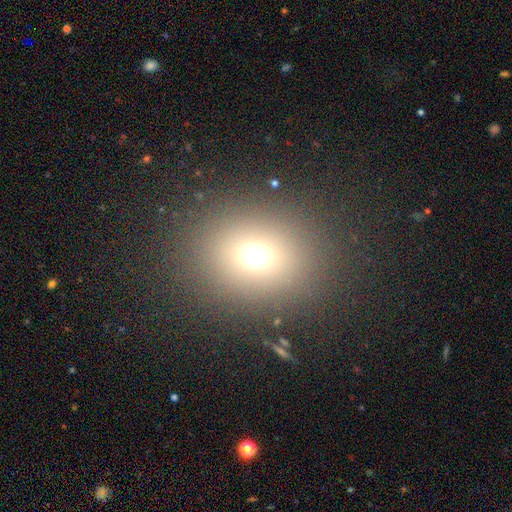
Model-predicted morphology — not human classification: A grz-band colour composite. It shows a smooth galaxy with no disk features (67%) that is round (64%). Merging: none (85%).